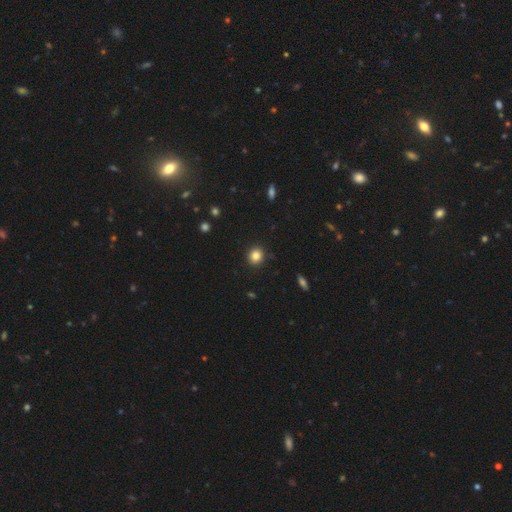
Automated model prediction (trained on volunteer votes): This is clearly a smooth galaxy (84%). How rounded: clearly round (87%). Merging: clearly none (92%).